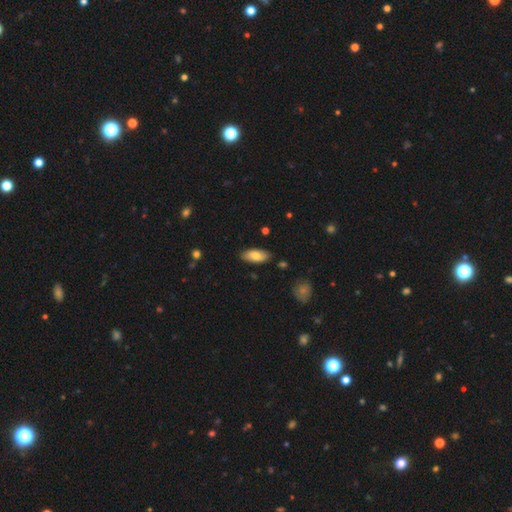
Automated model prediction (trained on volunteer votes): Smooth or featured: smooth — 79% (featured or disk — 15%)
How rounded: in between — 87% (cigar-shaped — 11%)
Merging: none — 86% (minor disturbance — 11%)